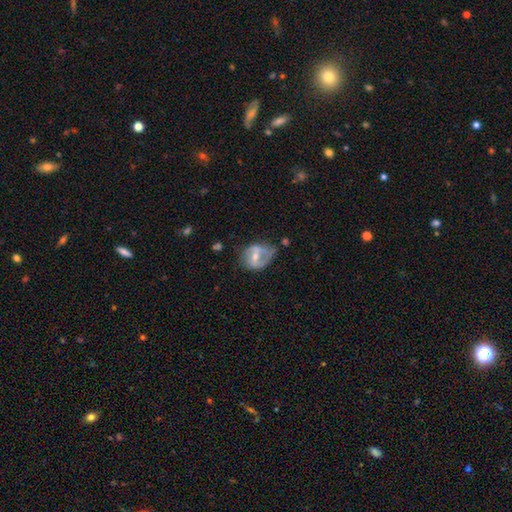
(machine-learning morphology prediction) featured or disk 64%, smooth 29%, star or artifact 7%. Down the decision tree: edge-on disk — no (96%); bar — weak (44%); spiral arms — yes (67%); bulge size — moderate (56%); merging — none (45%).